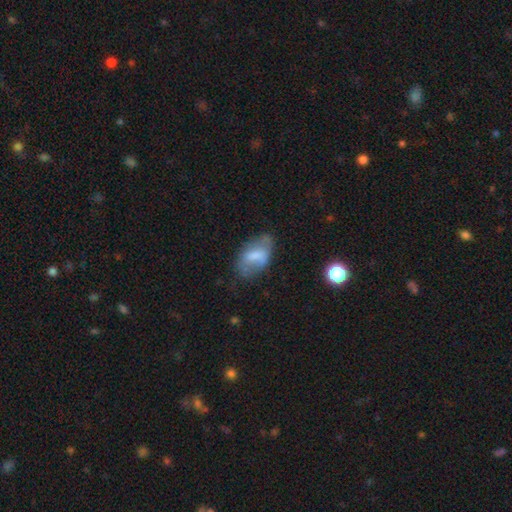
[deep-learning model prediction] This is possibly a smooth galaxy (59%). How rounded: clearly in between (90%). Merging: possibly none (49%).